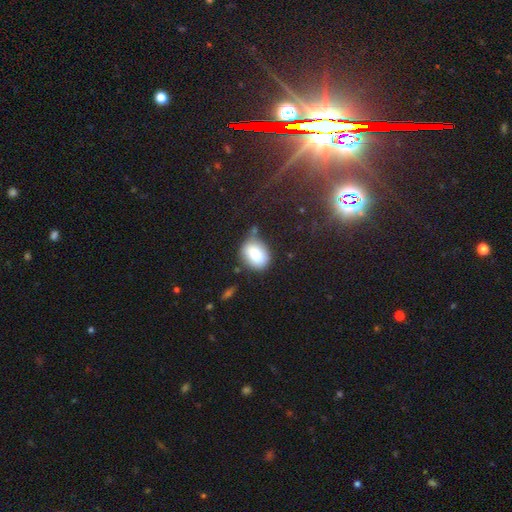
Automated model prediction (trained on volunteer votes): smooth-or-featured: smooth: 78% | featured or disk: 13% | star or artifact: 9%
  how-rounded: in between: 60% | round: 39% | cigar-shaped: 1%
  merging: none: 67% | minor disturbance: 20% | merger: 7% | major disturbance: 5%